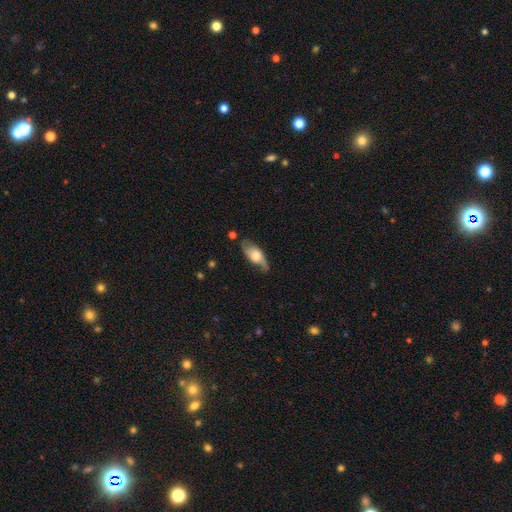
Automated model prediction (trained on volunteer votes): Smooth or featured?
  - featured or disk: 50% *
  - smooth: 43%
  - star or artifact: 6%
Edge-on disk?
  - no: 66% *
  - yes: 34%
Merging?
  - none: 67% *
  - minor disturbance: 23%
  - major disturbance: 7%
  - merger: 3%